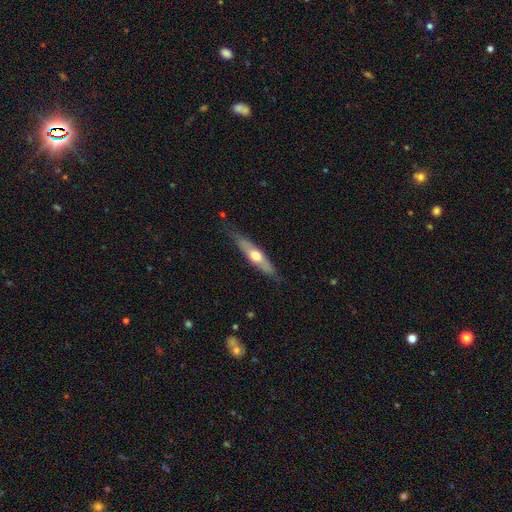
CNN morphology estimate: type=featured or disk (50%); merging=none (76%).